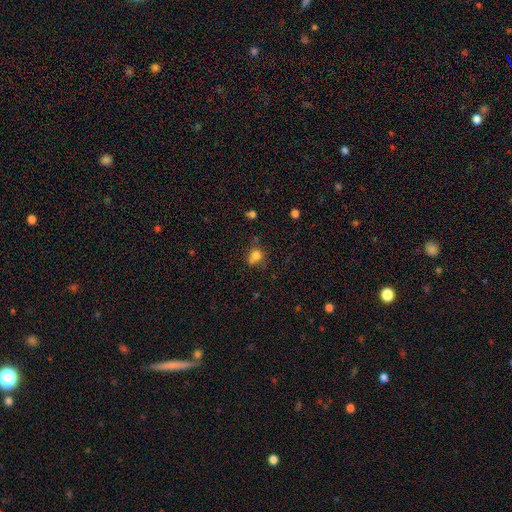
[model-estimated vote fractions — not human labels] smooth_or_featured: smooth (p=0.77) [alt: star or artifact p=0.14]
how_rounded: round (p=0.72) [alt: in between p=0.27]
merging: none (p=0.52) [alt: merger p=0.21]